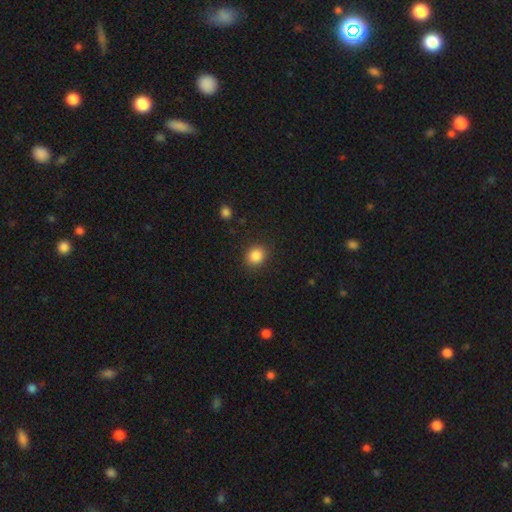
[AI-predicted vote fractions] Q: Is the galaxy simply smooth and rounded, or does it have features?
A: smooth — 86%.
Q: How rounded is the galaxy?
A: round — 75%.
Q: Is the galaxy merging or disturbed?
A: none — 88%.